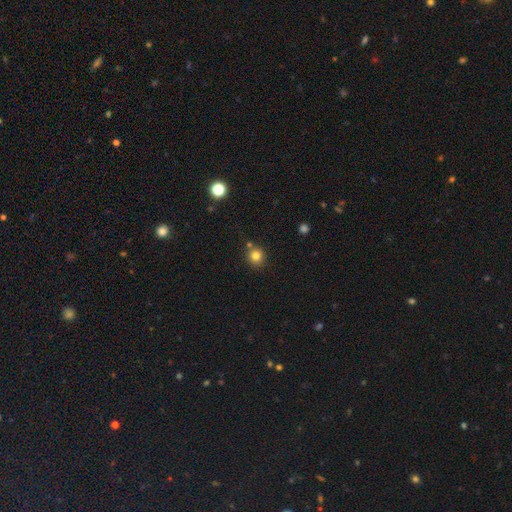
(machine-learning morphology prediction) A smooth galaxy with no disk features (81%) that is round (89%).

Vote fractions:
- Smooth or featured? smooth: 81% / star or artifact: 13% / featured or disk: 7%
- How rounded? round: 89% / in between: 10% / cigar-shaped: 1%
- Merging? none: 77% / merger: 11% / minor disturbance: 10% / major disturbance: 3%